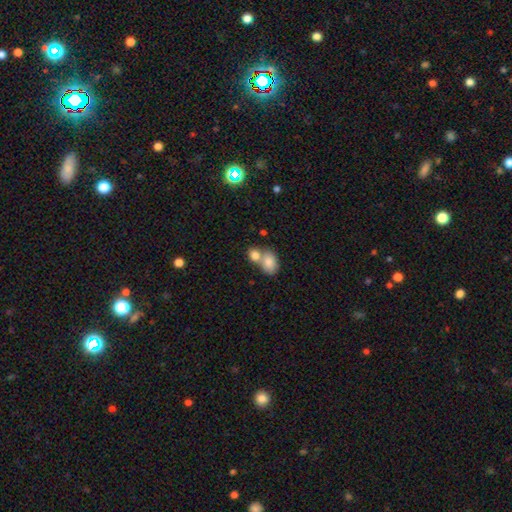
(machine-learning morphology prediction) smooth-or-featured: smooth: 82% | featured or disk: 10% | star or artifact: 9%
  how-rounded: in between: 61% | round: 37% | cigar-shaped: 1%
  merging: merger: 60% | none: 31% | minor disturbance: 7% | major disturbance: 3%